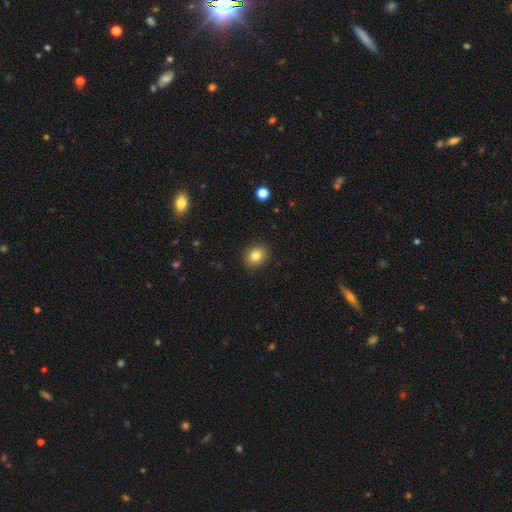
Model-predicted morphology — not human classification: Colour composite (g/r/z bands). It shows a smooth galaxy with no disk features (83%) that is round (53%). Merging: none (90%).